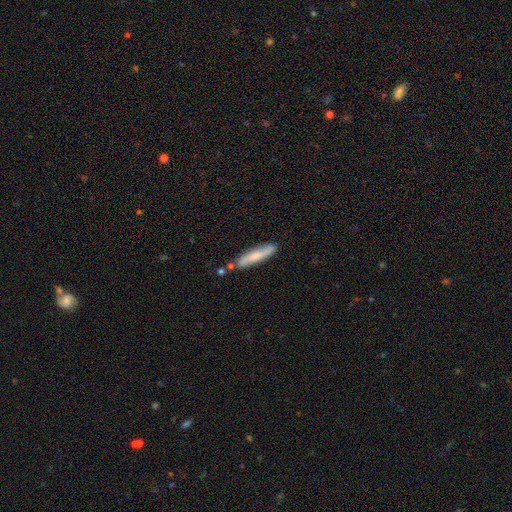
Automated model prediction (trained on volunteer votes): Smooth or featured? smooth (67%)
How rounded? cigar-shaped (88%)
Merging? none (77%)